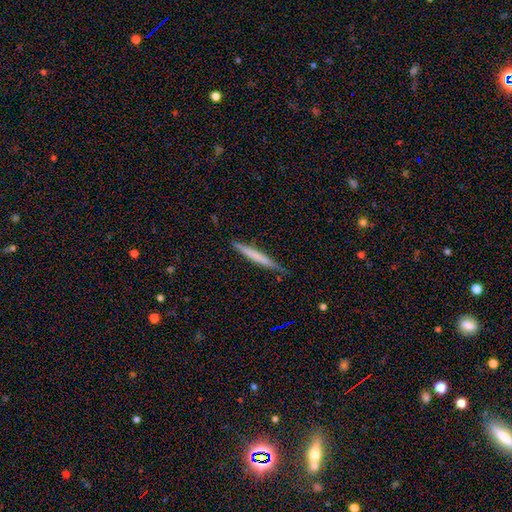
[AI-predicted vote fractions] smooth 61%, featured or disk 33%, star or artifact 6%. Down the decision tree: how rounded — cigar-shaped (96%); merging — none (84%).